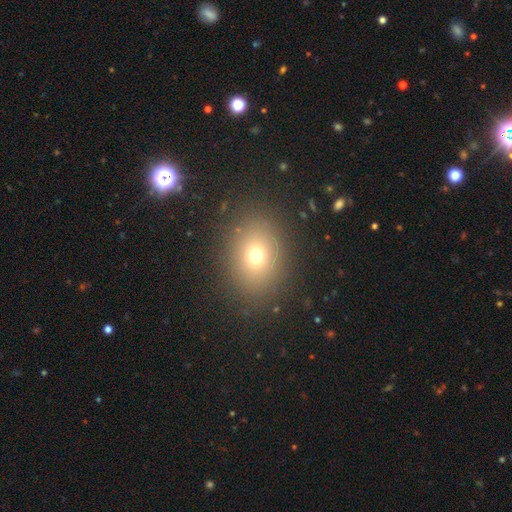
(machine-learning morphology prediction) smooth-or-featured: smooth: 71% | star or artifact: 18% | featured or disk: 12%
  how-rounded: in between: 52% | round: 46% | cigar-shaped: 1%
  merging: none: 86% | minor disturbance: 8% | major disturbance: 4% | merger: 1%